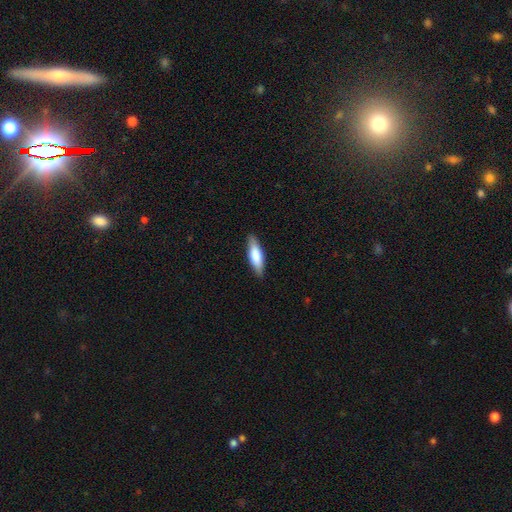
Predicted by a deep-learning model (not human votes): smooth-or-featured: smooth: 72% | featured or disk: 22% | star or artifact: 5%
  how-rounded: cigar-shaped: 57% | in between: 41% | round: 2%
  merging: none: 87% | minor disturbance: 10% | major disturbance: 2% | merger: 1%